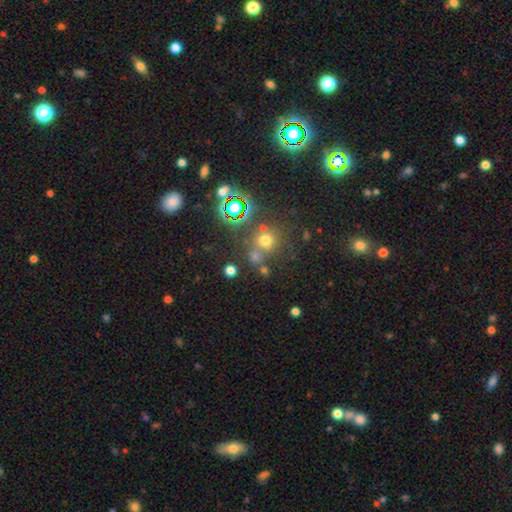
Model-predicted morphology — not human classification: smooth_or_featured: smooth (p=0.47) [alt: star or artifact p=0.43]
merging: none (p=0.63) [alt: merger p=0.22]